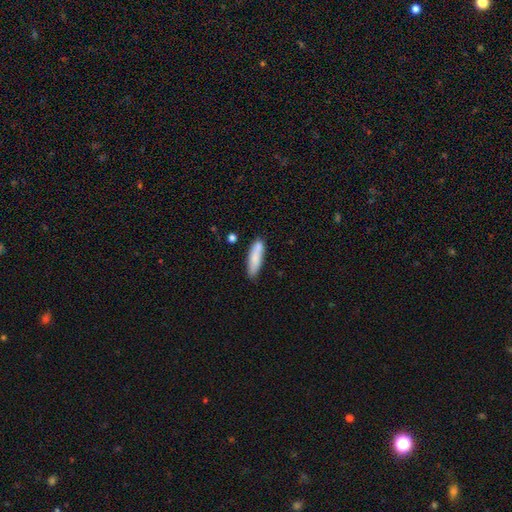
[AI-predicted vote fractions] This is clearly a smooth galaxy (82%). How rounded: likely cigar-shaped (68%). Merging: likely none (75%).